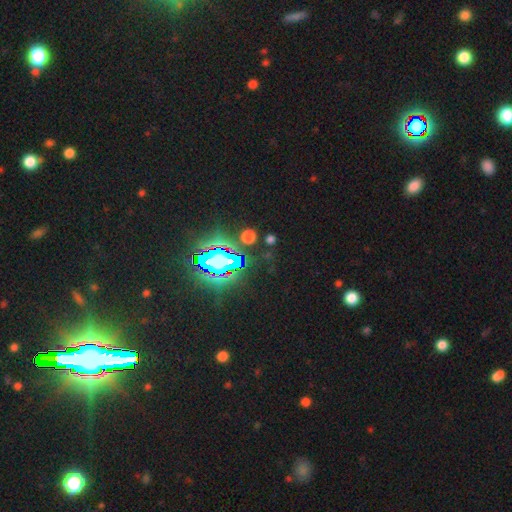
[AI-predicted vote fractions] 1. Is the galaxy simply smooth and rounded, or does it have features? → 84% star or artifact, 9% smooth, 8% featured or disk.